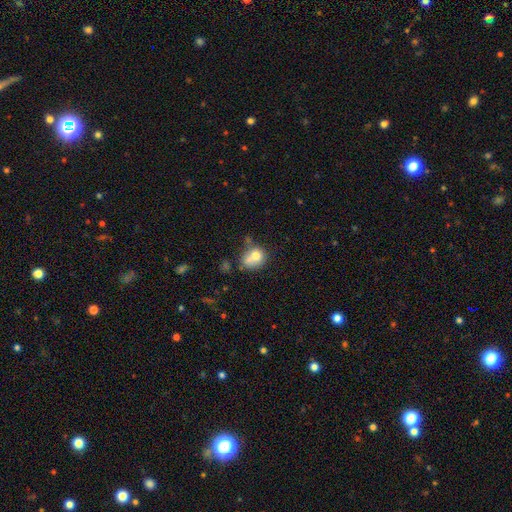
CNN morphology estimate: This appears to be a smooth galaxy with no disk features (72%) that is round (64%). Merging: none (37%).